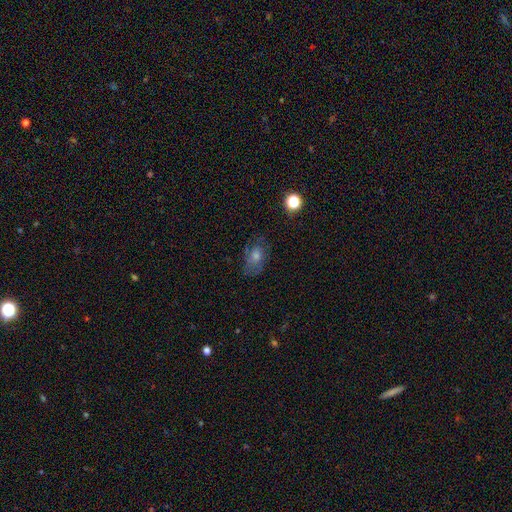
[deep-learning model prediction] The model was most divided on "smooth or featured": smooth: 43%, featured or disk: 37%, star or artifact: 20%. More confident: merging — none (67%).